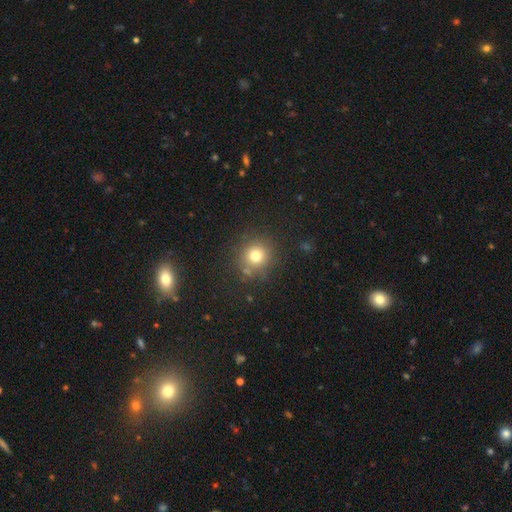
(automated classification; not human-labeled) Q: Smooth or featured?
A: smooth (76%); runner-up: star or artifact (16%)
Q: How rounded?
A: round (91%); runner-up: in between (8%)
Q: Merging?
A: none (83%); runner-up: minor disturbance (9%)